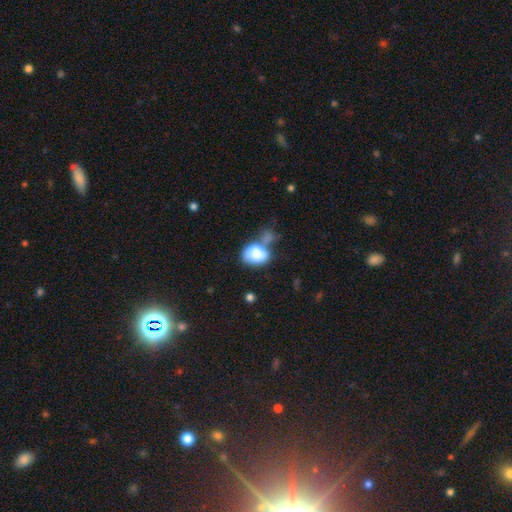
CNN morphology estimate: Smooth or featured: smooth — 78% (featured or disk — 14%)
How rounded: in between — 76% (round — 22%)
Merging: merger — 38% (none — 27%)